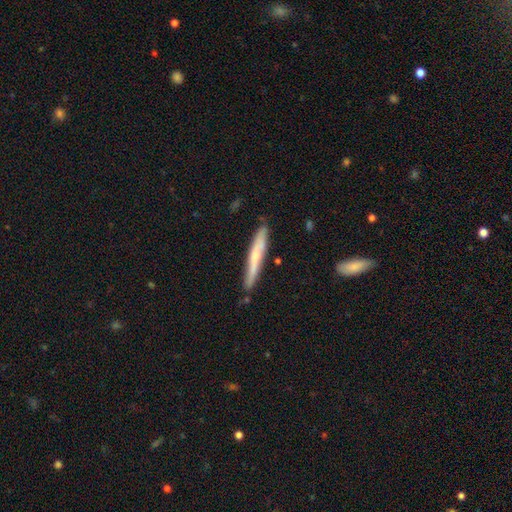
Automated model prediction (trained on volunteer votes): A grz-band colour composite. It shows a smooth galaxy with no disk features (52%) that is cigar-shaped (95%). Merging: none (82%).